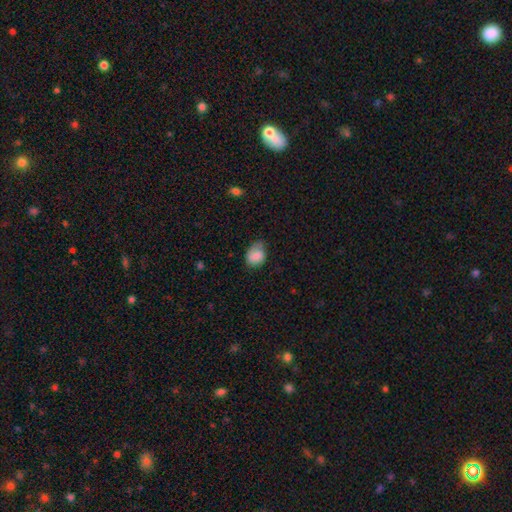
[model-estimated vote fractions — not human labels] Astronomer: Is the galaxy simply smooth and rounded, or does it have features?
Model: smooth — 81%.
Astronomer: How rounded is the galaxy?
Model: in between — 65%.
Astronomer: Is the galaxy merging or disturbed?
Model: none — 52% (runner-up: minor disturbance, 36%).